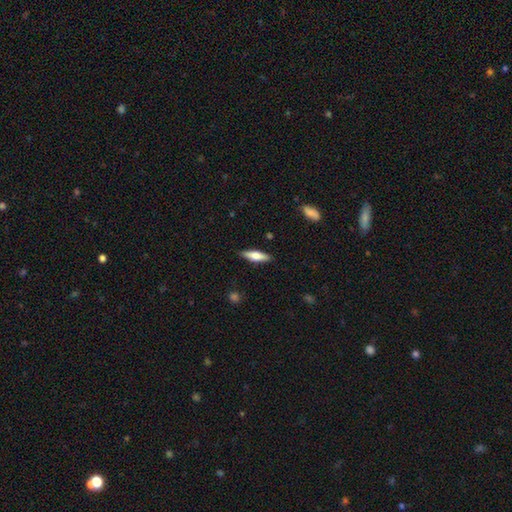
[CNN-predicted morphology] A smooth galaxy with no disk features (58%) that is cigar-shaped (58%). Merging: none (89%).